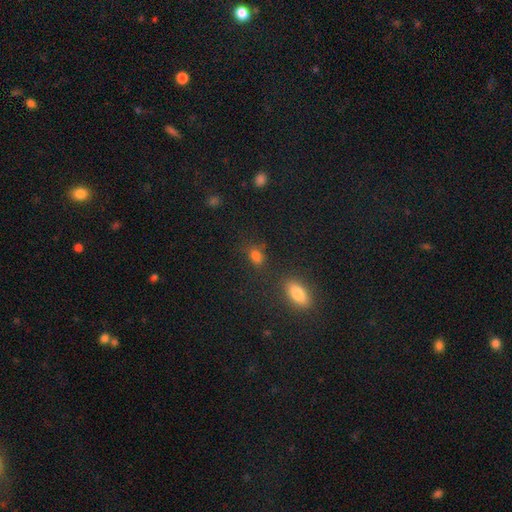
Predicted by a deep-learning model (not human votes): This is likely a smooth galaxy (78%). How rounded: likely in between (69%). Merging: likely none (68%).